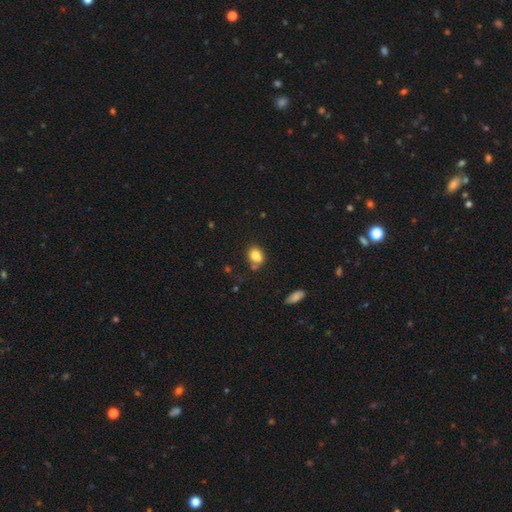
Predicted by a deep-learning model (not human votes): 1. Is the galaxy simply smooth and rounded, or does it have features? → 80% smooth, 10% star or artifact, 10% featured or disk.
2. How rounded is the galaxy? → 57% in between, 41% round, 1% cigar-shaped.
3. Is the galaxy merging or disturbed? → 59% none, 18% minor disturbance, 18% merger, 5% major disturbance.